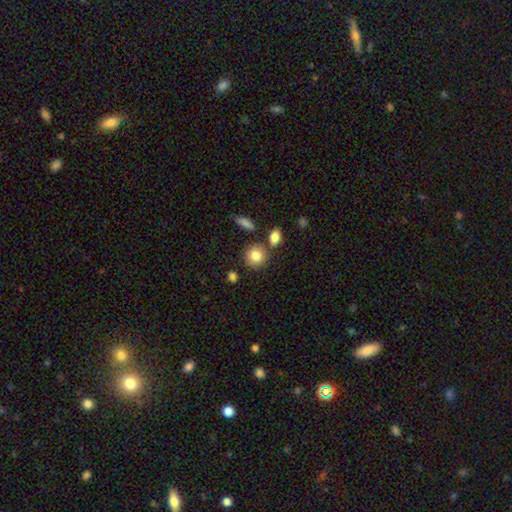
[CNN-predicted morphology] Smooth or featured? Predicted: smooth (p=0.83). How rounded? Predicted: round (p=0.84). Merging? Predicted: none (p=0.75).